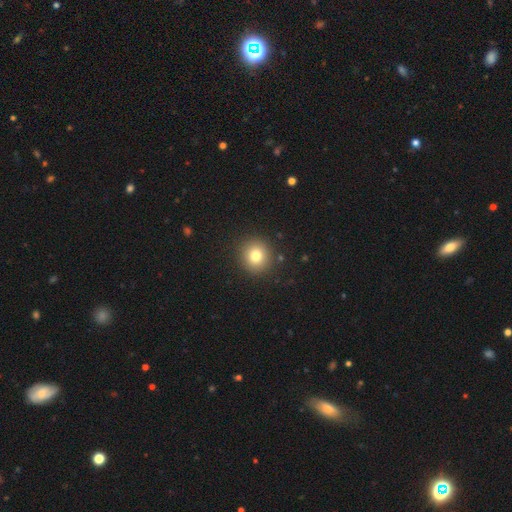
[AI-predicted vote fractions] This is likely a smooth galaxy (79%). How rounded: clearly round (91%). Merging: clearly none (90%).